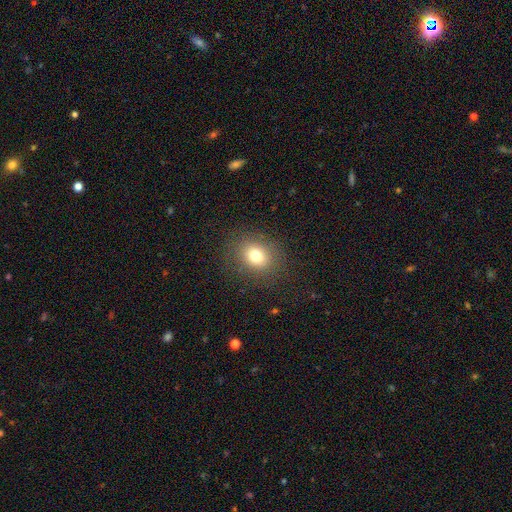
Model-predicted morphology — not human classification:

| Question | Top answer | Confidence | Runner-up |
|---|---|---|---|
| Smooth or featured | smooth | 77% | star or artifact (13%) |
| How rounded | round | 57% | in between (42%) |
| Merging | none | 85% | minor disturbance (9%) |